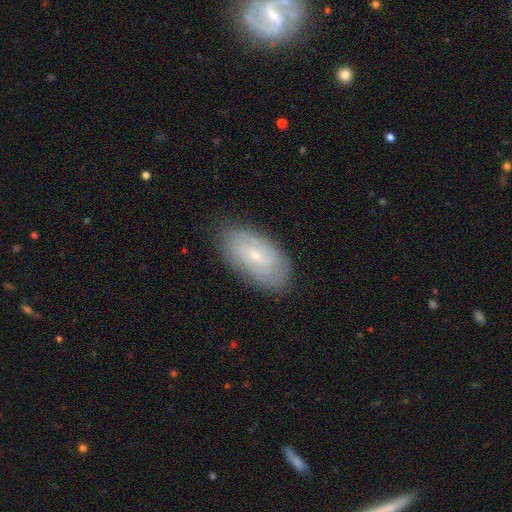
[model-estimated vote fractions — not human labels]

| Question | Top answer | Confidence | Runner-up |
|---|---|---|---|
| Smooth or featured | featured or disk | 62% | smooth (30%) |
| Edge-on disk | no | 92% | yes (8%) |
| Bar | weak | 49% | no (39%) |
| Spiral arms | yes | 81% | no (19%) |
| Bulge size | small | 76% | moderate (20%) |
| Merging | none | 82% | minor disturbance (14%) |